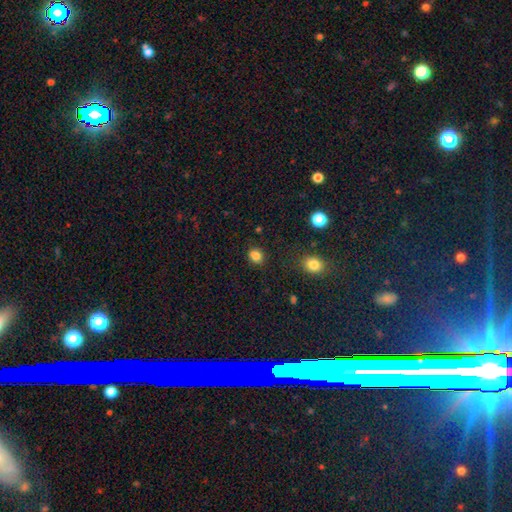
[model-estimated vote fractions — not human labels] Q: Smooth or featured?
A: smooth (84%); runner-up: star or artifact (11%)
Q: How rounded?
A: round (62%); runner-up: in between (38%)
Q: Merging?
A: none (86%); runner-up: minor disturbance (9%)